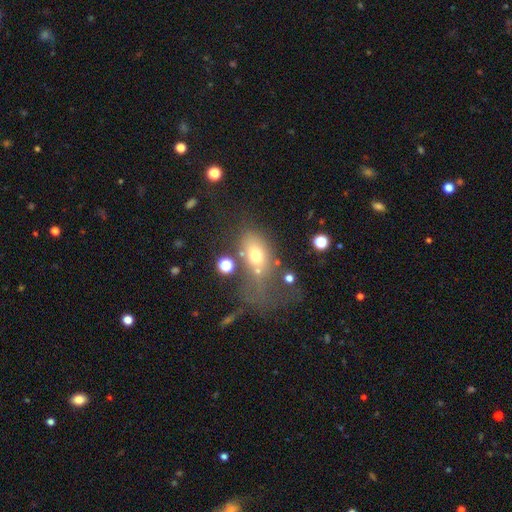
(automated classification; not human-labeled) Smooth or featured? Predicted: smooth (p=0.63). How rounded? Predicted: in between (p=0.78). Merging? Predicted: major disturbance (p=0.42).